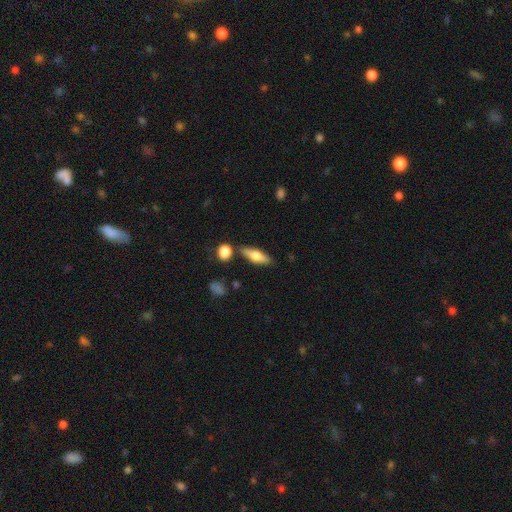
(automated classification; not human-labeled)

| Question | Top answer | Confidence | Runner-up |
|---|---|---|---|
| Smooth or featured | smooth | 60% | featured or disk (33%) |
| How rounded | in between | 54% | cigar-shaped (43%) |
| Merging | none | 77% | minor disturbance (12%) |